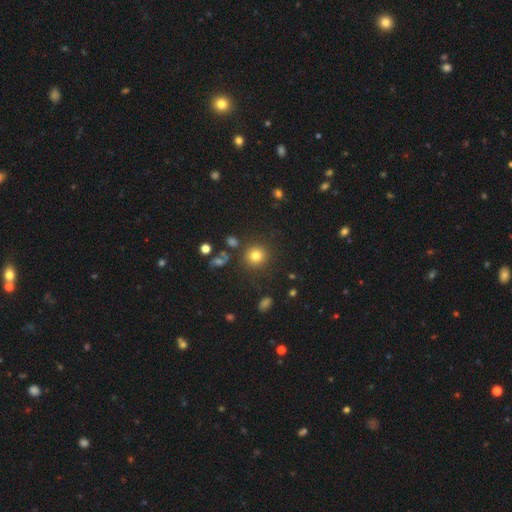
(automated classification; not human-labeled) Smooth or featured: smooth — 79% (star or artifact — 14%)
How rounded: round — 91% (in between — 8%)
Merging: none — 84% (minor disturbance — 8%)